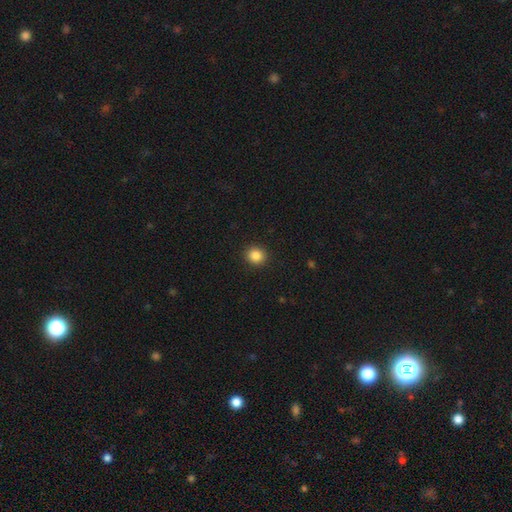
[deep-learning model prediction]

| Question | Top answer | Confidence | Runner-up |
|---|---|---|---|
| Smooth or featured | smooth | 86% | star or artifact (10%) |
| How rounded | round | 88% | in between (11%) |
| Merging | none | 92% | minor disturbance (5%) |